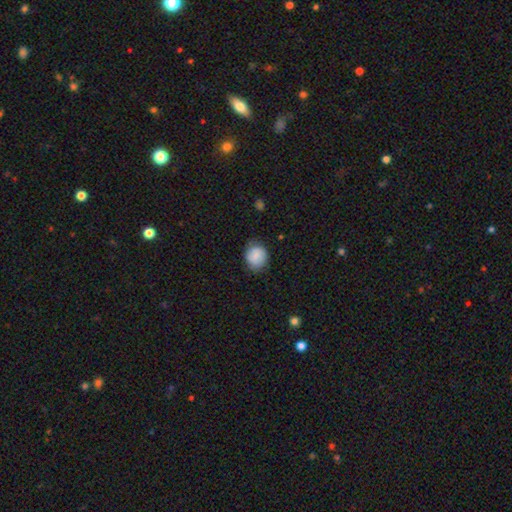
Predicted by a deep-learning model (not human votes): The model was most divided on "how rounded": round: 72%, in between: 27%, cigar-shaped: 1%. More confident: smooth or featured — smooth (84%); merging — none (74%).